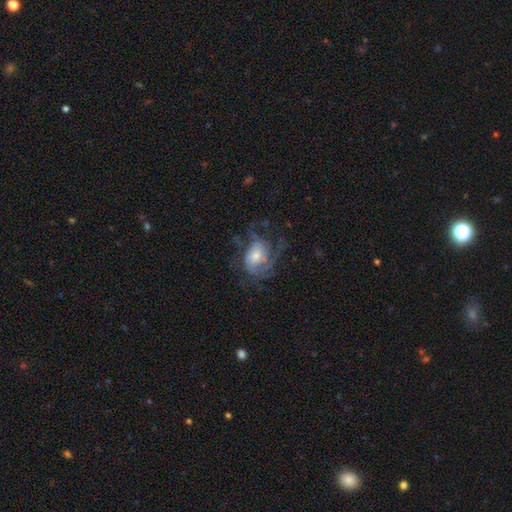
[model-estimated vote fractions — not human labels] A featured or disk galaxy (68%) with no bar (69%), medium (41%) spiral arms (82%) and a moderate central bulge (52%).

Vote fractions:
- Smooth or featured? featured or disk: 68% / smooth: 23% / star or artifact: 9%
- Edge-on disk? no: 97% / yes: 3%
- Bar? no: 69% / weak: 26% / strong: 5%
- Spiral arms? yes: 82% / no: 18%
- Spiral winding? medium: 41% / tight: 35% / loose: 24%
- Spiral arm count? can't tell: 39% / 2: 20% / 3: 19% / 1: 10% / 4: 8% / more than 4: 5%
- Bulge size? moderate: 52% / small: 32% / large: 11% / none: 3% / dominant: 2%
- Merging? none: 48% / major disturbance: 30% / minor disturbance: 21% / merger: 2%